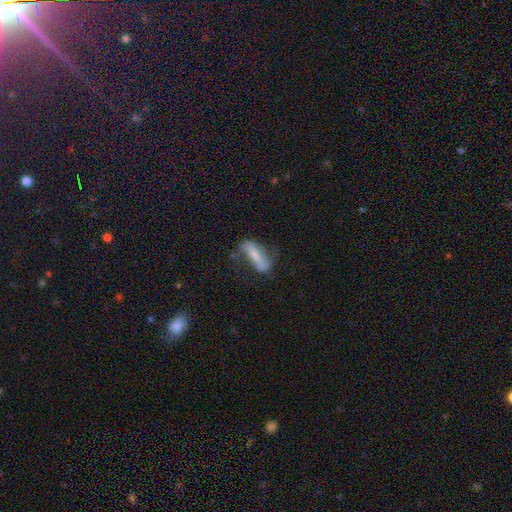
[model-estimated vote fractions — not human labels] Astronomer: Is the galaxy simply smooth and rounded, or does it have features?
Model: featured or disk — 55% (runner-up: smooth, 37%).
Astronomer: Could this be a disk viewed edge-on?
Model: no — 79%.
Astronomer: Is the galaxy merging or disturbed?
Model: none — 51%.